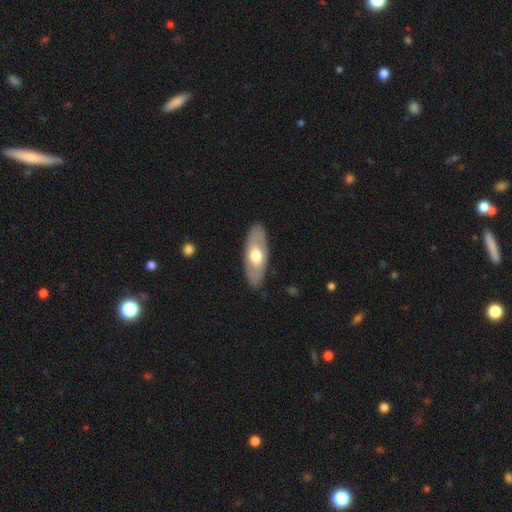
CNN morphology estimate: This is possibly a smooth galaxy (49%). Merging: clearly none (86%).